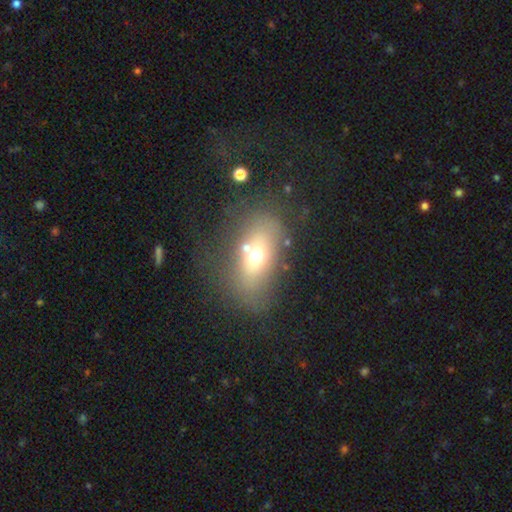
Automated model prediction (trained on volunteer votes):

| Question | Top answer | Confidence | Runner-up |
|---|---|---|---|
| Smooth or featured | smooth | 60% | featured or disk (25%) |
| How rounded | in between | 75% | round (20%) |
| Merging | none | 60% | minor disturbance (16%) |